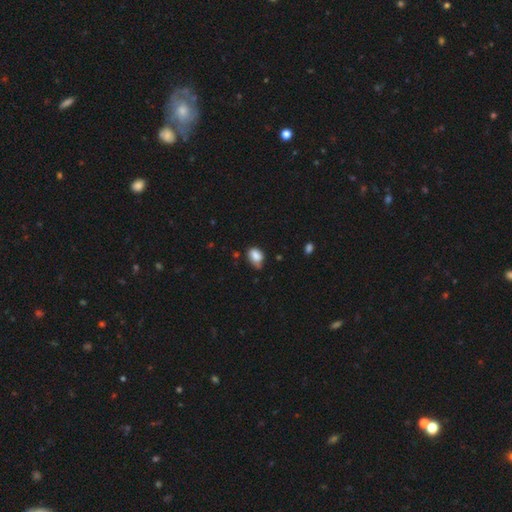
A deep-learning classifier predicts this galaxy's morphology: Q: Smooth or featured?
A: smooth (80%); runner-up: featured or disk (12%)
Q: How rounded?
A: in between (81%); runner-up: round (18%)
Q: Merging?
A: none (46%); runner-up: minor disturbance (40%)